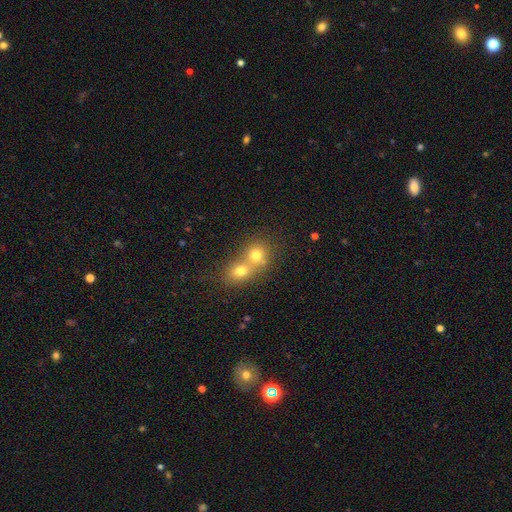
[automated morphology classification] A smooth galaxy with no disk features (70%) that is round (73%).

Vote fractions:
- Smooth or featured? smooth: 70% / featured or disk: 16% / star or artifact: 14%
- How rounded? round: 73% / in between: 26% / cigar-shaped: 1%
- Merging? merger: 66% / none: 27% / minor disturbance: 5% / major disturbance: 2%